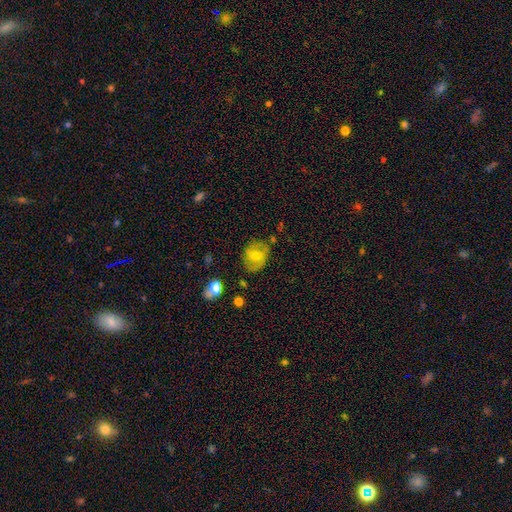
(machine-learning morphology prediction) smooth-or-featured: smooth: 55% | featured or disk: 36% | star or artifact: 9%
  how-rounded: in between: 50% | round: 49% | cigar-shaped: 1%
  merging: none: 68% | minor disturbance: 22% | major disturbance: 7% | merger: 3%